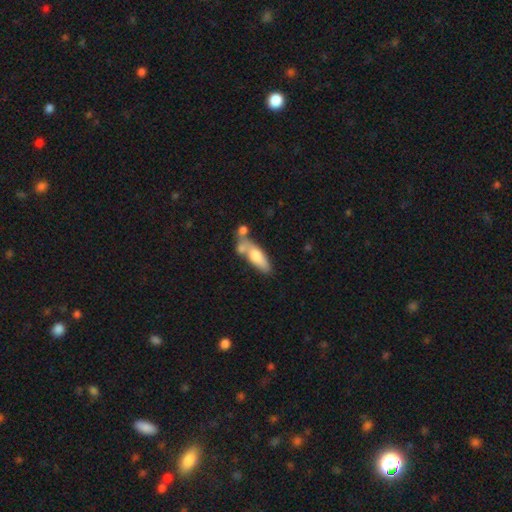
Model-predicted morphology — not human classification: type=smooth (65%); roundness=in between (53%); merging=none (39%).